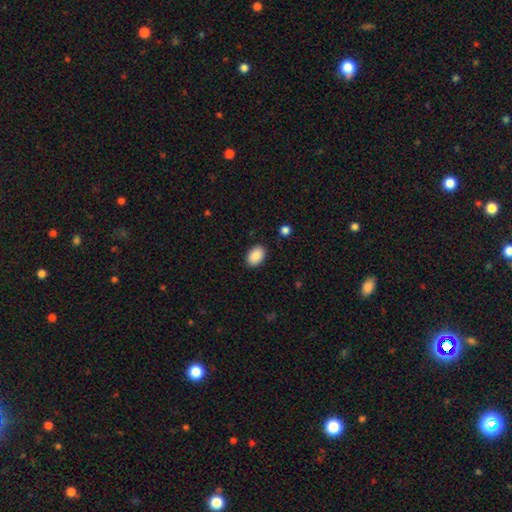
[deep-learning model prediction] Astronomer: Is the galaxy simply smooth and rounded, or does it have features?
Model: smooth — 90%.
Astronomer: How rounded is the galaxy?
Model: in between — 85%.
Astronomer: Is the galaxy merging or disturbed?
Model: none — 89%.